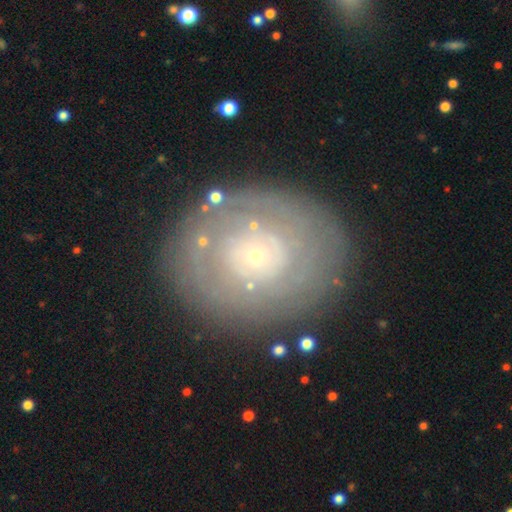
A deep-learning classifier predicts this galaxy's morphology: Smooth or featured?
  - featured or disk: 60% *
  - smooth: 31%
  - star or artifact: 9%
Edge-on disk?
  - no: 96% *
  - yes: 4%
Bar?
  - no: 89% *
  - weak: 9%
  - strong: 3%
Spiral arms?
  - yes: 51% *
  - no: 49%
Bulge size?
  - small: 82% *
  - moderate: 12%
  - large: 3%
  - none: 2%
  - dominant: 2%
Merging?
  - none: 81% *
  - minor disturbance: 12%
  - major disturbance: 5%
  - merger: 2%